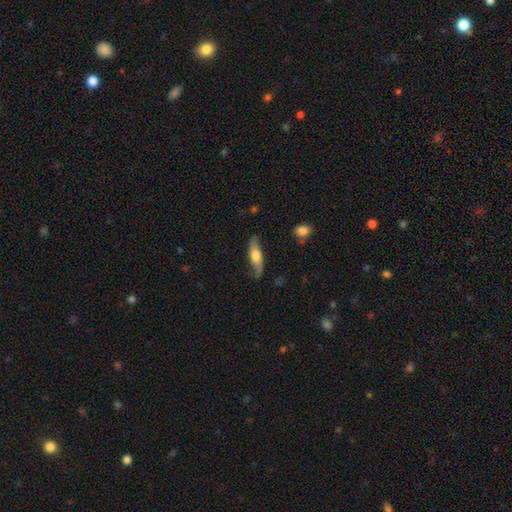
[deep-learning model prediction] Smooth or featured?
  - featured or disk: 53% *
  - smooth: 41%
  - star or artifact: 6%
Edge-on disk?
  - no: 55% *
  - yes: 45%
Merging?
  - none: 71% *
  - minor disturbance: 21%
  - major disturbance: 6%
  - merger: 2%